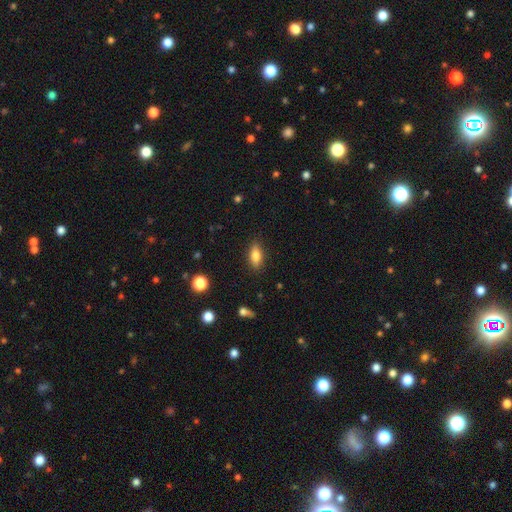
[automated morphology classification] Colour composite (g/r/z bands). It shows a smooth galaxy with no disk features (74%) that is in between round and cigar-shaped (77%). Merging: none (86%).